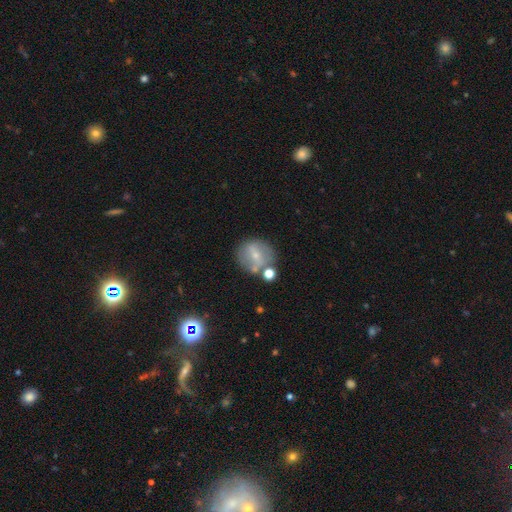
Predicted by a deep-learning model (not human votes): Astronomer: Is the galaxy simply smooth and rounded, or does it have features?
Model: smooth — 51% (runner-up: featured or disk, 38%).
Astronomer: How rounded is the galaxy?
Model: round — 83%.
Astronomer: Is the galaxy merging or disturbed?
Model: none — 64%.